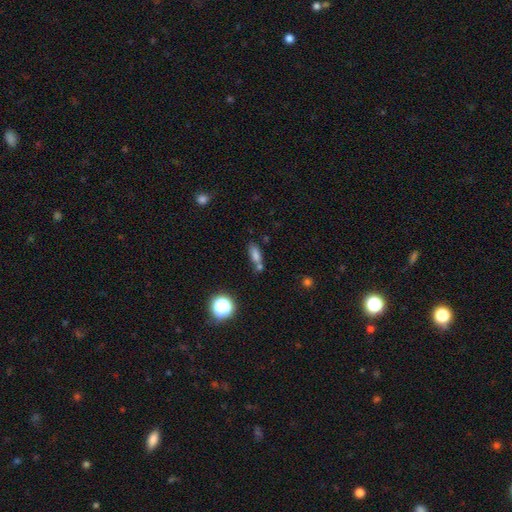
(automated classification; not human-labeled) Smooth or featured? Predicted: smooth (p=0.73). How rounded? Predicted: in between (p=0.65). Merging? Predicted: none (p=0.48).